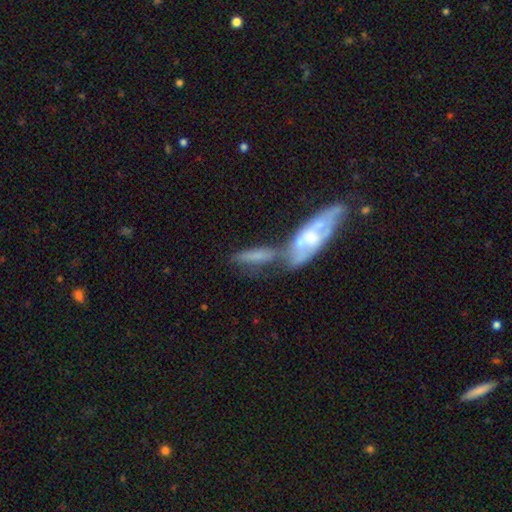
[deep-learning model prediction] Smooth or featured?
  - smooth: 56% *
  - featured or disk: 36%
  - star or artifact: 8%
How rounded?
  - cigar-shaped: 59% *
  - in between: 37%
  - round: 3%
Merging?
  - merger: 53% *
  - none: 27%
  - minor disturbance: 13%
  - major disturbance: 8%